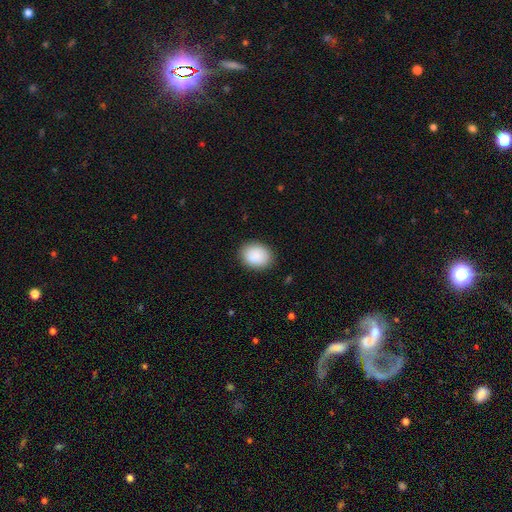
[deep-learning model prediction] This is clearly a smooth galaxy (90%). How rounded: possibly in between (56%). Merging: clearly none (88%).